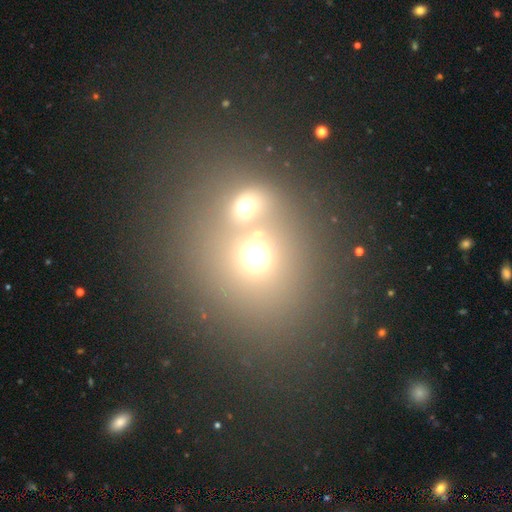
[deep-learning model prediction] The model was most divided on "merging": merger: 52%, none: 37%, minor disturbance: 7%, major disturbance: 5%. More confident: how rounded — round (73%); smooth or featured — smooth (64%).